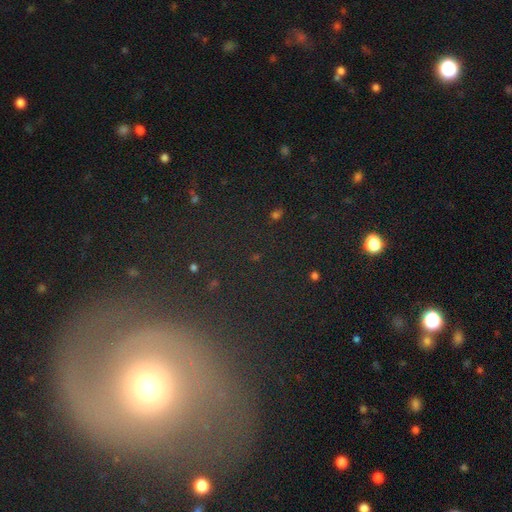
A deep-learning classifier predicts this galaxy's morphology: A featured or disk galaxy (65%) with no bar (72%), spiral arms (78%) and a moderate central bulge (61%). Merging: none (68%).